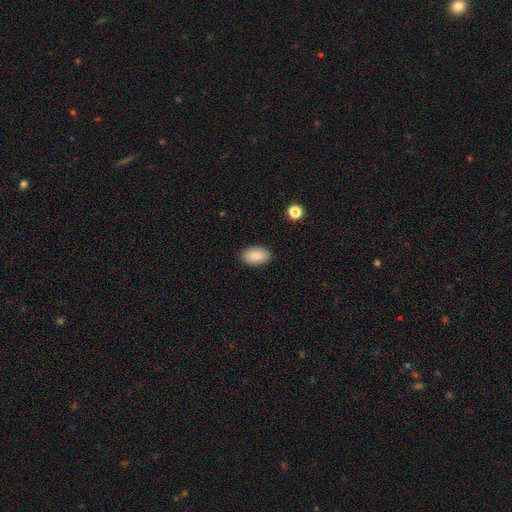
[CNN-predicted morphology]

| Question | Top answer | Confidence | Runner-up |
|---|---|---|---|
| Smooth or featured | smooth | 86% | featured or disk (7%) |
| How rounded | in between | 90% | round (9%) |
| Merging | none | 88% | minor disturbance (9%) |